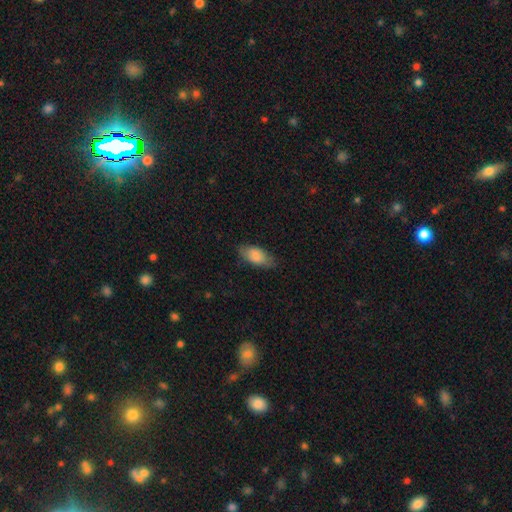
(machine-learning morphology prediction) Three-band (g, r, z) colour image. It shows a smooth galaxy with no disk features (82%) that is in between round and cigar-shaped (88%). Merging: none (77%).